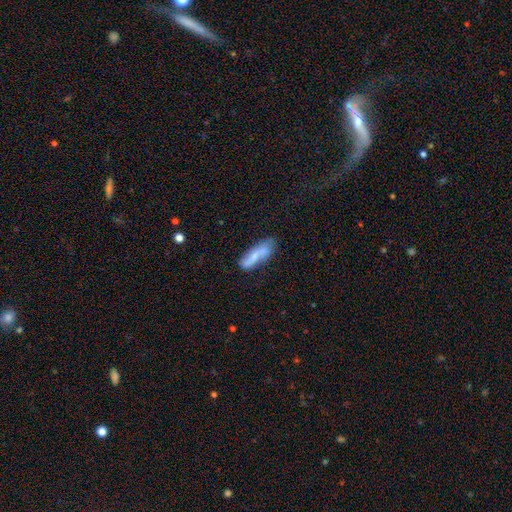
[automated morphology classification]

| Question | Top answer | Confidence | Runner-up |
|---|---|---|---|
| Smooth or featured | smooth | 62% | featured or disk (31%) |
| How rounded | cigar-shaped | 51% | in between (47%) |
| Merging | none | 60% | minor disturbance (26%) |